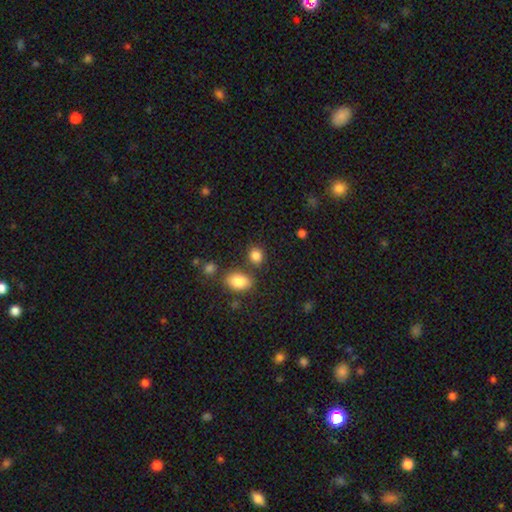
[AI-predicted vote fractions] The model was most divided on "how rounded": round: 59%, in between: 40%, cigar-shaped: 1%. More confident: smooth or featured — smooth (85%); merging — none (74%).